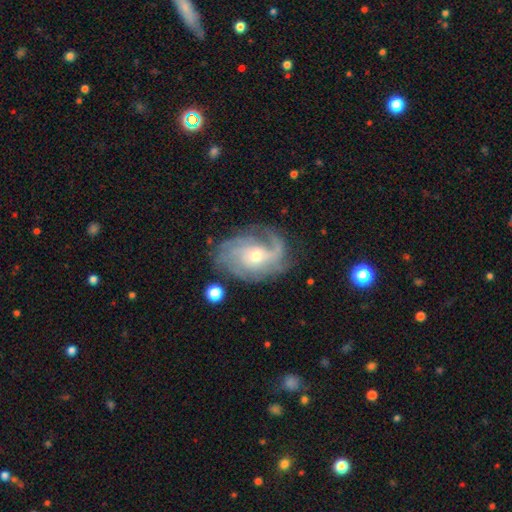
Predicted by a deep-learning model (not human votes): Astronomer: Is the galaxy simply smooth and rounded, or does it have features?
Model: featured or disk — 85%.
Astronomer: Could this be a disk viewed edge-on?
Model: no — 97%.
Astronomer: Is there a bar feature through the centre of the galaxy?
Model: no — 68%.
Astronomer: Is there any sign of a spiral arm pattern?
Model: yes — 95%.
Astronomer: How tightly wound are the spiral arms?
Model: tight — 40%, tied with medium at 40%.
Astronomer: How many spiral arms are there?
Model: can't tell — 28% (runner-up: 2, 24%).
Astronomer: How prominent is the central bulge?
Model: small — 54% (runner-up: moderate, 42%).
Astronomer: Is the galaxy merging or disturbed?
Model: none — 66%.